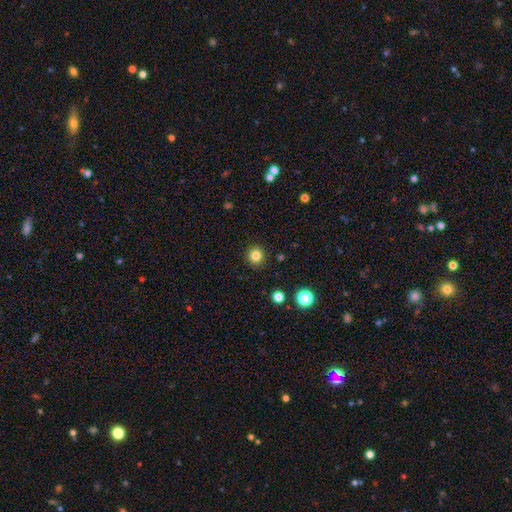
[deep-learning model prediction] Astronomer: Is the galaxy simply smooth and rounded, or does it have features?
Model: smooth — 83%.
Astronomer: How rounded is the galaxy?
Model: round — 94%.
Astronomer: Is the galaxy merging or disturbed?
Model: none — 92%.